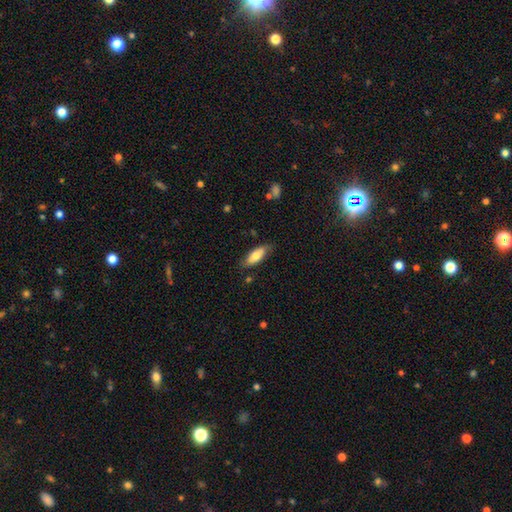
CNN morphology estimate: This appears to be a smooth galaxy with no disk features (71%) that is in between round and cigar-shaped (75%). Merging: none (76%).